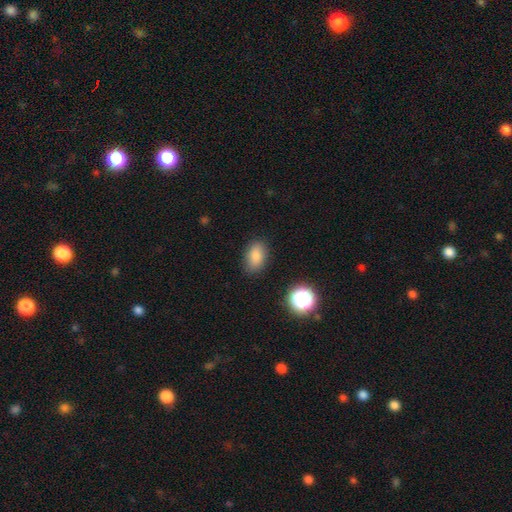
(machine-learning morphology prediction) Overall: smooth (83%). How rounded: in between (85%). Merging: none (83%).